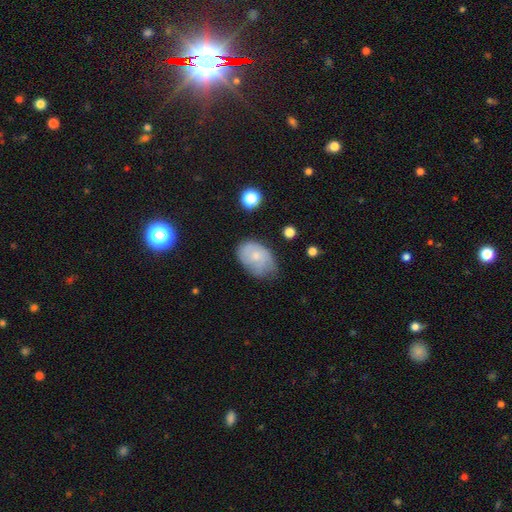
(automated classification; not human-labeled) Smooth or featured? Predicted: smooth (p=0.56). How rounded? Predicted: in between (p=0.82). Merging? Predicted: none (p=0.51).